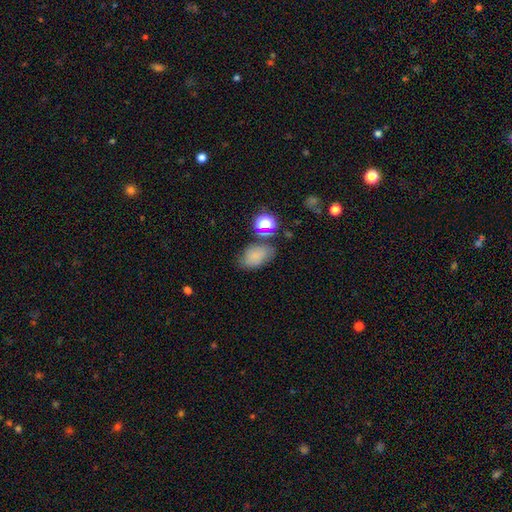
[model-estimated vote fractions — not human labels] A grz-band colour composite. It shows a smooth galaxy with no disk features (68%) that is in between round and cigar-shaped (80%). Merging: none (63%).